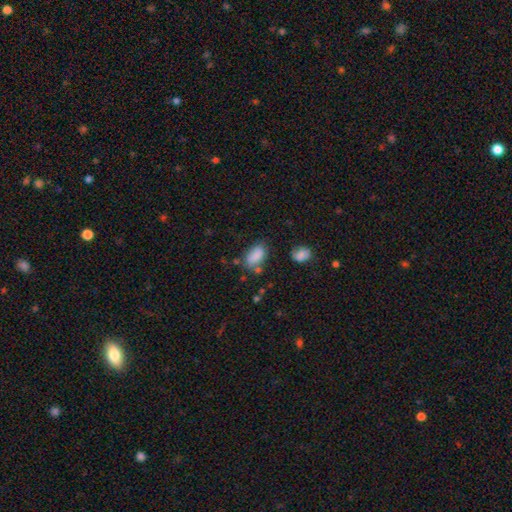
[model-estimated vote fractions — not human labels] Overall: smooth (83%). How rounded: in between (90%). Merging: none (56%; minor disturbance 25%).